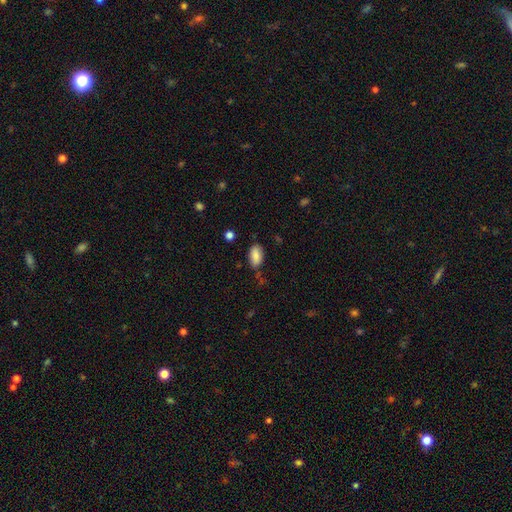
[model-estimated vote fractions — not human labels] smooth_or_featured: smooth (p=0.85) [alt: featured or disk p=0.08]
how_rounded: in between (p=0.92) [alt: round p=0.04]
merging: none (p=0.70) [alt: minor disturbance p=0.22]